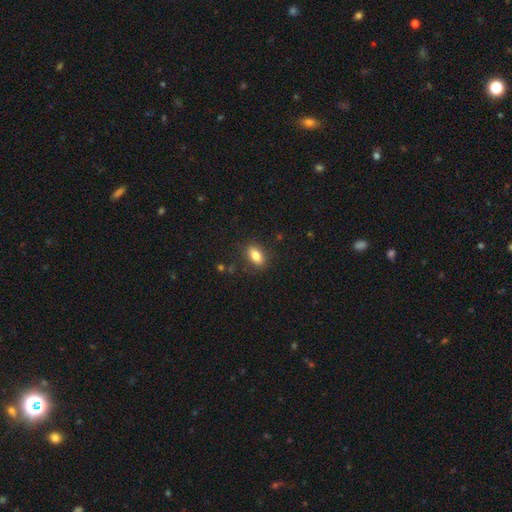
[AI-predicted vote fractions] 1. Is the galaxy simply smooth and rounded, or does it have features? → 81% smooth, 10% featured or disk, 9% star or artifact.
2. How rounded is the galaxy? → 86% in between, 8% round, 6% cigar-shaped.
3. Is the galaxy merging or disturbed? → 86% none, 10% minor disturbance, 3% major disturbance, 1% merger.